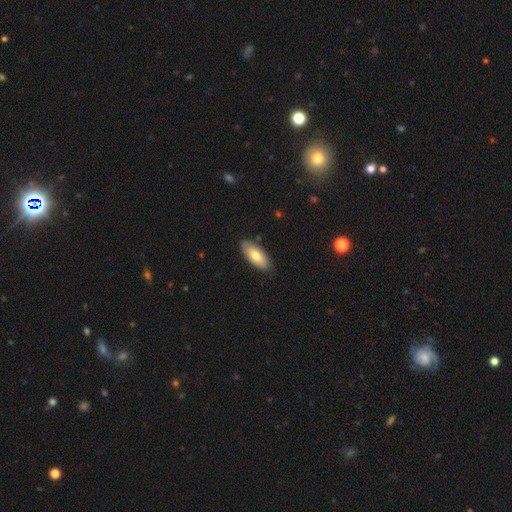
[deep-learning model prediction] Morphology: type=smooth (73%); roundness=in between (87%); merging=none (84%).